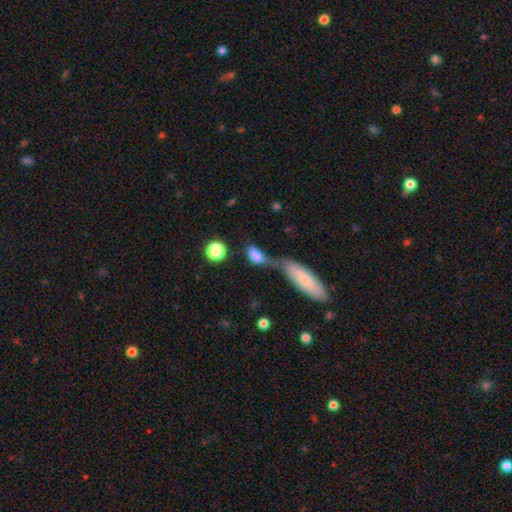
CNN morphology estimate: A smooth galaxy with no disk features (78%) that is in between round and cigar-shaped (77%).

Vote fractions:
- Smooth or featured? smooth: 78% / featured or disk: 13% / star or artifact: 10%
- How rounded? in between: 77% / cigar-shaped: 12% / round: 11%
- Merging? merger: 53% / none: 25% / minor disturbance: 11% / major disturbance: 10%